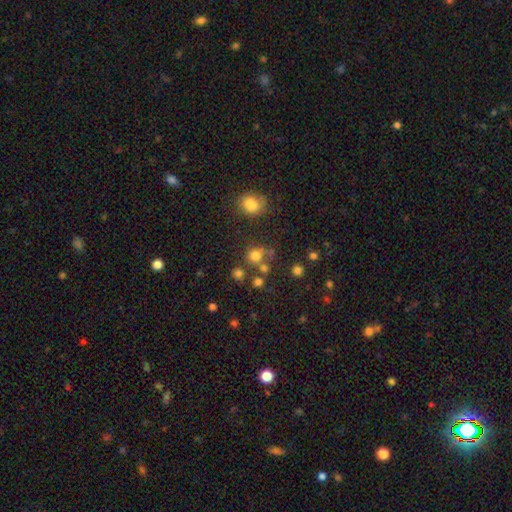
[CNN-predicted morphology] The model was most divided on "merging": none: 61%, merger: 20%, minor disturbance: 12%, major disturbance: 6%. More confident: how rounded — round (81%); smooth or featured — smooth (73%).